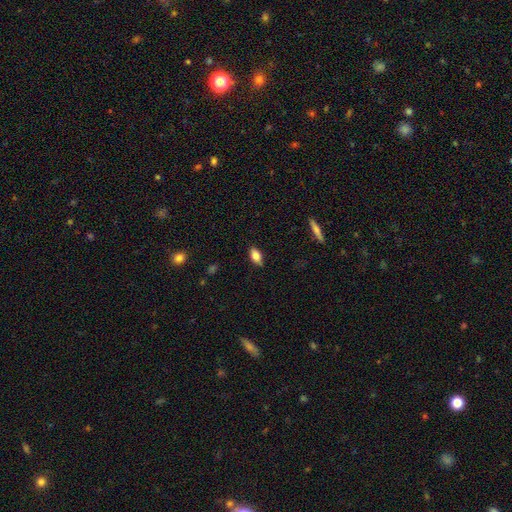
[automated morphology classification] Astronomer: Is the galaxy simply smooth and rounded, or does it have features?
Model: smooth — 81%.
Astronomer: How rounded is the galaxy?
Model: in between — 89%.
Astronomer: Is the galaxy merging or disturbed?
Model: none — 83%.